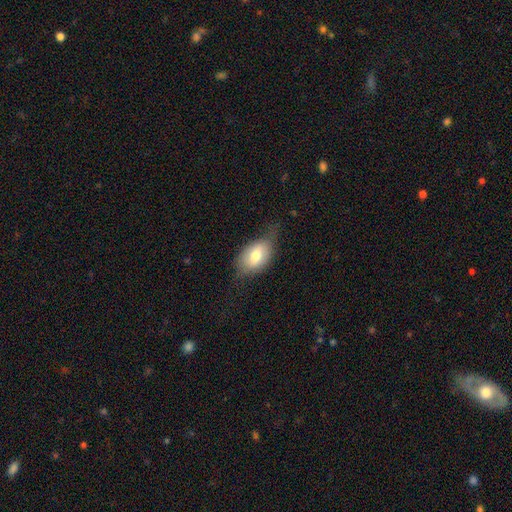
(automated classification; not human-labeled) Overall: smooth (69%). How rounded: in between (87%). Merging: none (52%; minor disturbance 34%).